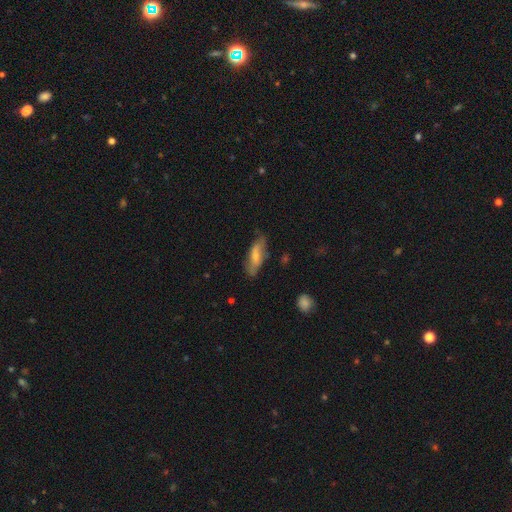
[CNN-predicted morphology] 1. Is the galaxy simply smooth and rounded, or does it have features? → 56% smooth, 38% featured or disk, 6% star or artifact.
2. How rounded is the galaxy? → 61% in between, 36% cigar-shaped, 2% round.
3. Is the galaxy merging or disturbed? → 68% none, 24% minor disturbance, 7% major disturbance, 2% merger.